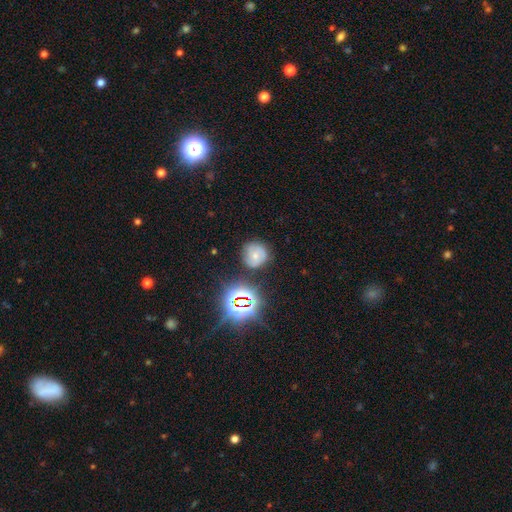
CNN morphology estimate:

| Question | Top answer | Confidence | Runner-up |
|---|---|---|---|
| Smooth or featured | featured or disk | 43% | smooth (40%) |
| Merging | none | 70% | minor disturbance (20%) |